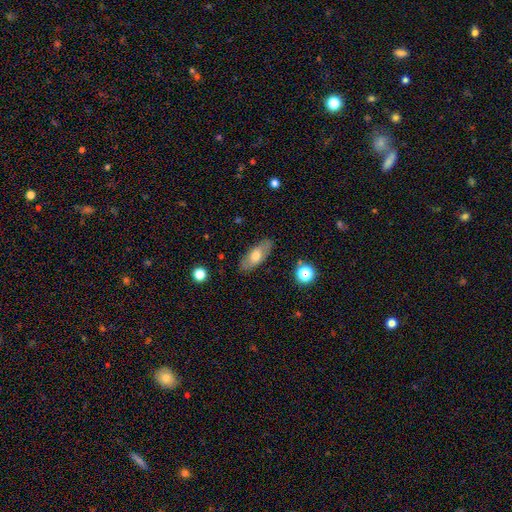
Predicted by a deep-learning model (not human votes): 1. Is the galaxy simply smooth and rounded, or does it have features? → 62% smooth, 32% featured or disk, 7% star or artifact.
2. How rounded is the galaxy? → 80% in between, 16% cigar-shaped, 4% round.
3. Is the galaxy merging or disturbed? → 83% none, 12% minor disturbance, 3% major disturbance, 2% merger.